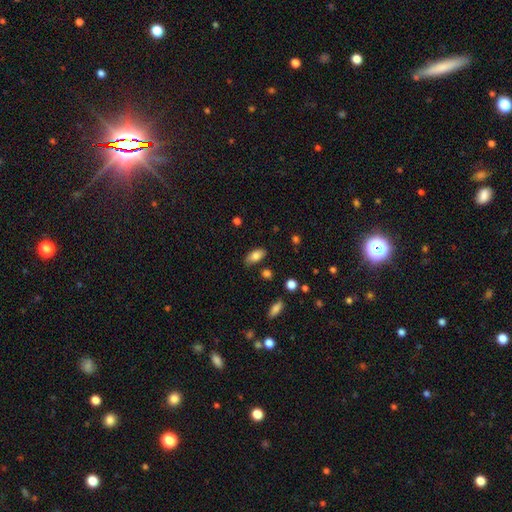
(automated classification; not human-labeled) The model was most divided on "merging": none: 78%, minor disturbance: 16%, major disturbance: 3%, merger: 3%. More confident: how rounded — in between (90%); smooth or featured — smooth (80%).